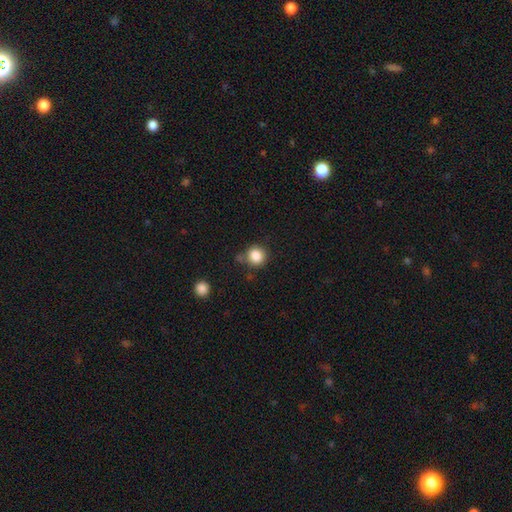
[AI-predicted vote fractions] Smooth or featured: smooth — 86% (star or artifact — 10%)
How rounded: round — 90% (in between — 9%)
Merging: none — 73% (minor disturbance — 14%)